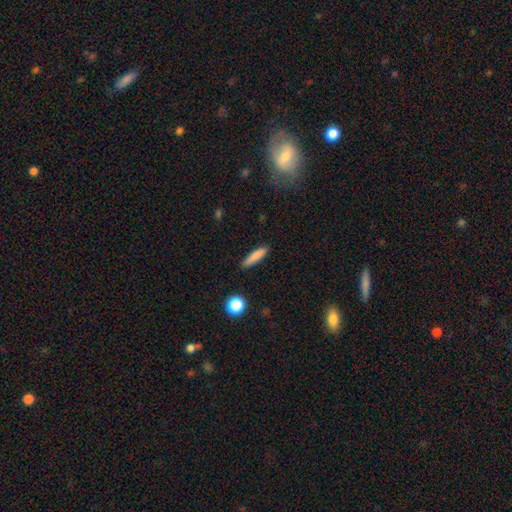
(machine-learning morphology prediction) Overall: smooth (83%). How rounded: cigar-shaped (79%). Merging: none (85%).